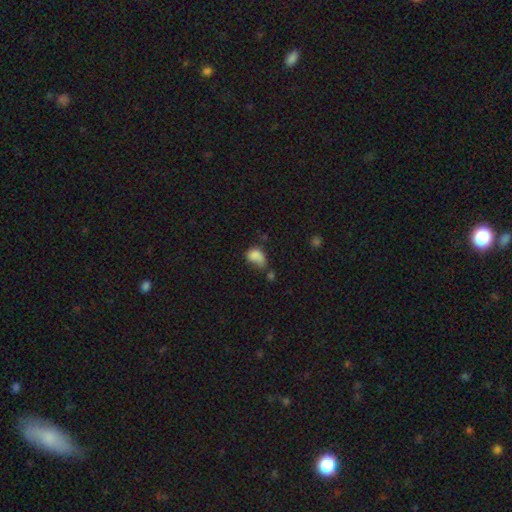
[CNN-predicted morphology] Overall: smooth (80%). How rounded: in between (78%). Merging: minor disturbance (31%; none 29%).